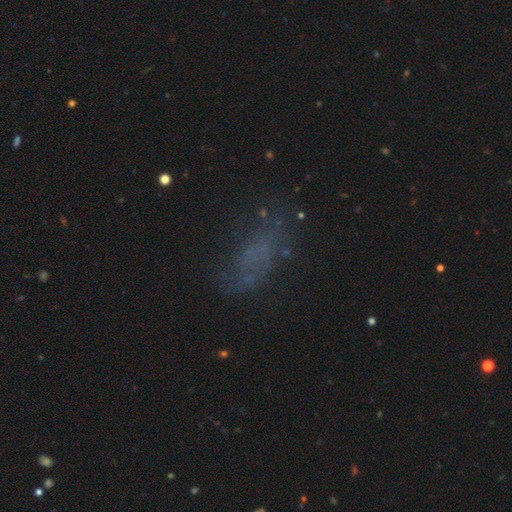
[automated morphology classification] smooth_or_featured: smooth (p=0.38) [alt: featured or disk p=0.32]
merging: none (p=0.58) [alt: minor disturbance p=0.20]